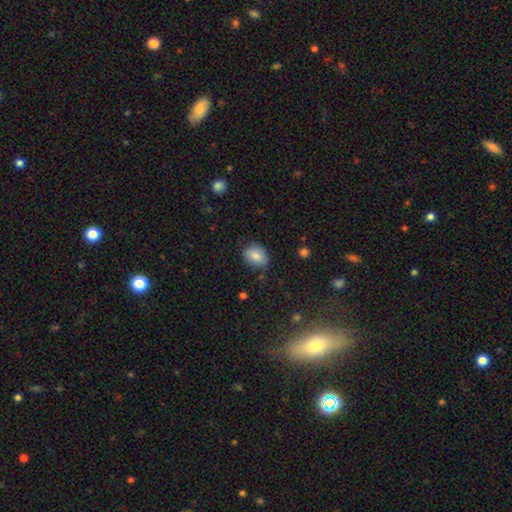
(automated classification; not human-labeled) Smooth or featured?
  - smooth: 83% *
  - featured or disk: 9%
  - star or artifact: 8%
How rounded?
  - in between: 70% *
  - round: 29%
  - cigar-shaped: 1%
Merging?
  - none: 77% *
  - minor disturbance: 18%
  - major disturbance: 4%
  - merger: 1%